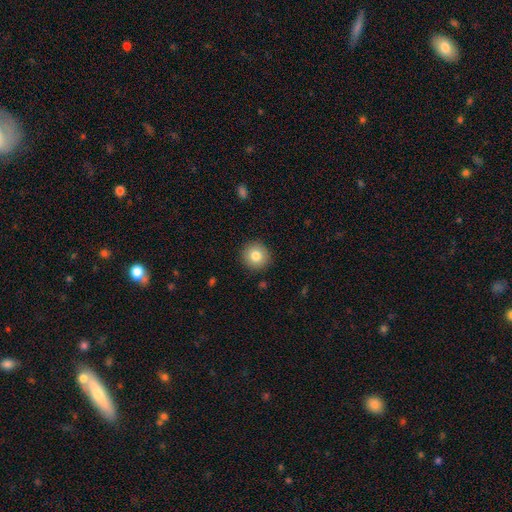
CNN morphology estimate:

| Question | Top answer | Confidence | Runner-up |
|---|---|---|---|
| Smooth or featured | smooth | 81% | featured or disk (10%) |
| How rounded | round | 94% | in between (5%) |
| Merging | none | 91% | minor disturbance (6%) |